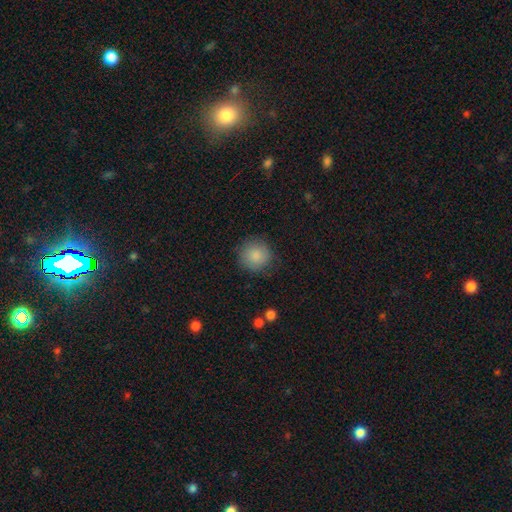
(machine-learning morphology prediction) Smooth or featured? Predicted: smooth (p=0.87). How rounded? Predicted: round (p=0.94). Merging? Predicted: none (p=0.86).